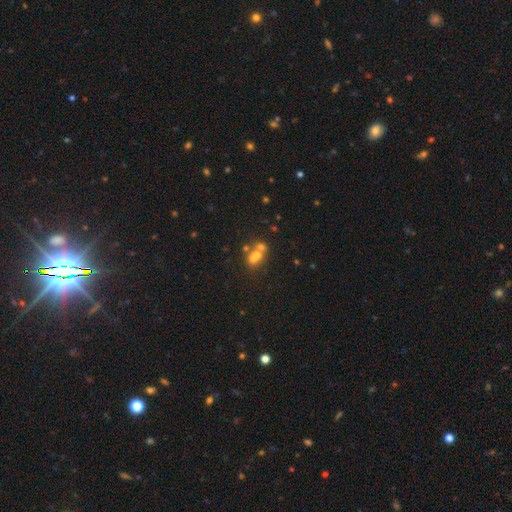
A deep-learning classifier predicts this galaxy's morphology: This is possibly a smooth galaxy (55%). How rounded: possibly round (55%). Merging: possibly merger (57%).